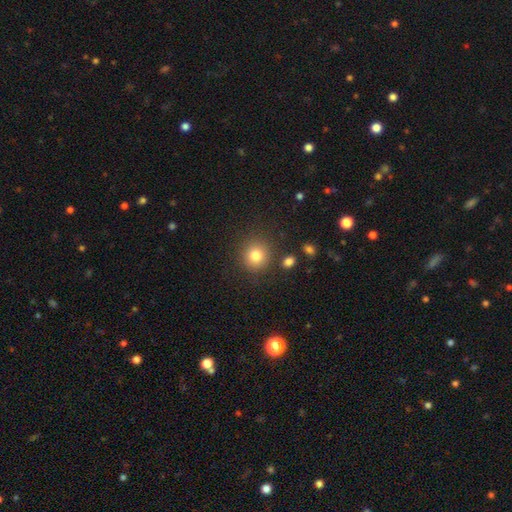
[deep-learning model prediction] Smooth or featured? Predicted: smooth (p=0.81). How rounded? Predicted: round (p=0.90). Merging? Predicted: none (p=0.85).